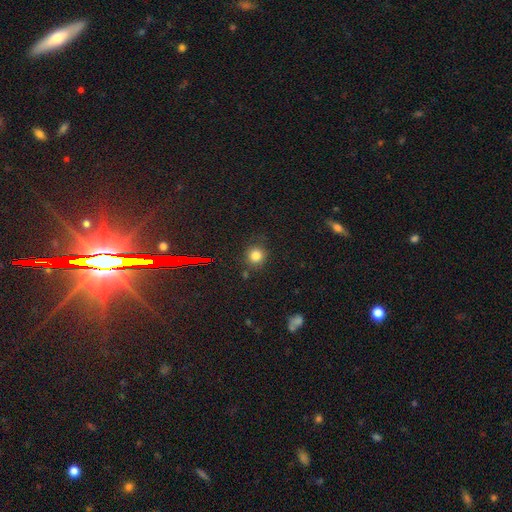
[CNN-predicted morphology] This is likely a smooth galaxy (78%). How rounded: clearly round (91%). Merging: clearly none (83%).